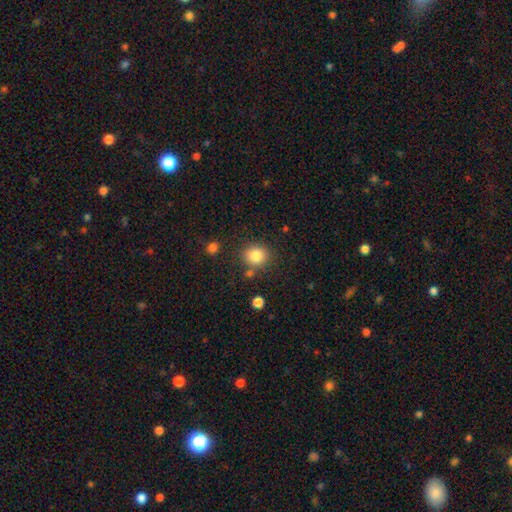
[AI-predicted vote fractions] Overall: smooth (84%). How rounded: round (79%). Merging: none (78%).